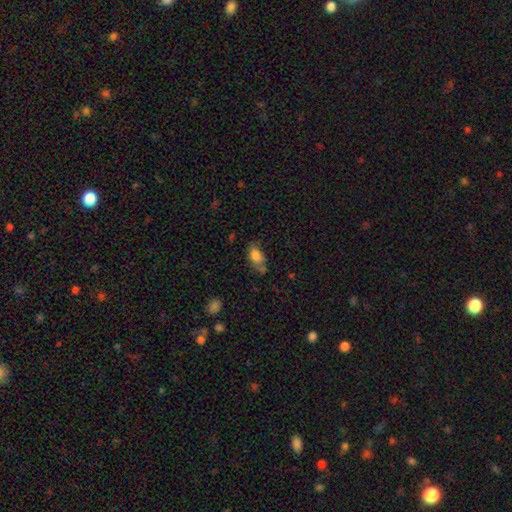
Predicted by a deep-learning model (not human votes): A smooth galaxy with no disk features (79%) that is in between round and cigar-shaped (87%). Merging: none (50%).